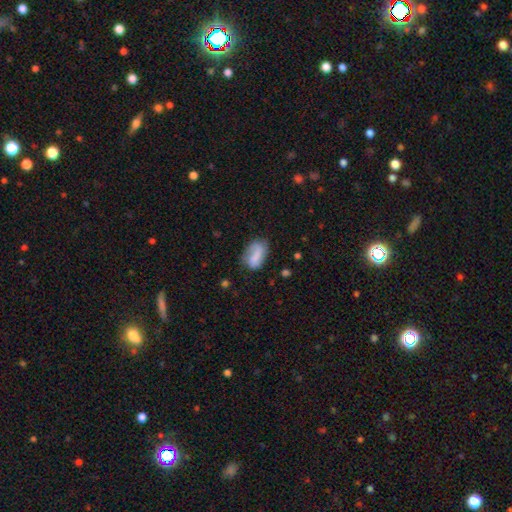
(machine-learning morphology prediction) Smooth or featured? smooth (57%)
How rounded? in between (88%)
Merging? none (57%)